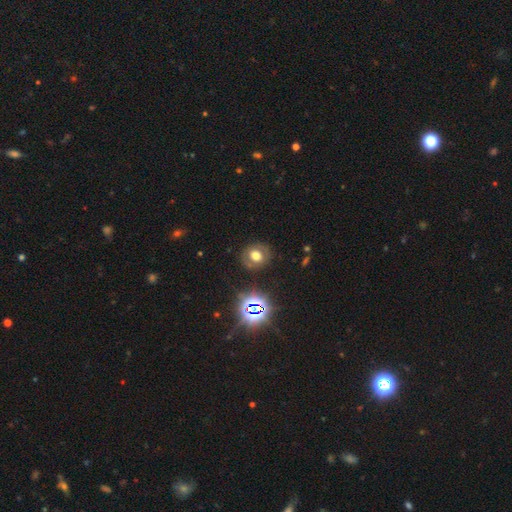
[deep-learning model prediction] smooth-or-featured: smooth: 58% | featured or disk: 23% | star or artifact: 19%
  how-rounded: round: 75% | in between: 24% | cigar-shaped: 1%
  merging: none: 83% | minor disturbance: 11% | major disturbance: 4% | merger: 2%